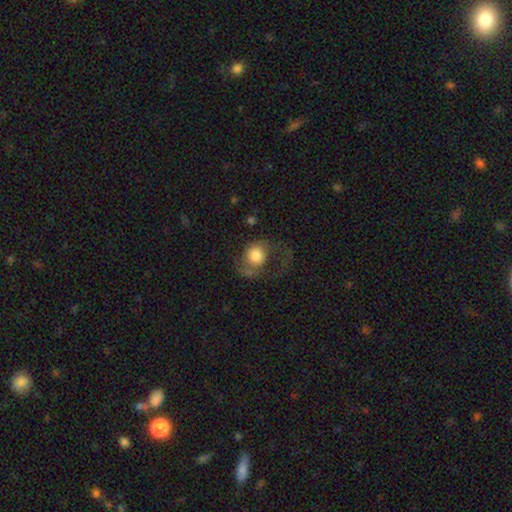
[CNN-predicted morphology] The model was most divided on "merging": major disturbance: 43%, none: 34%, minor disturbance: 20%, merger: 3%. More confident: how rounded — round (69%); smooth or featured — smooth (63%).